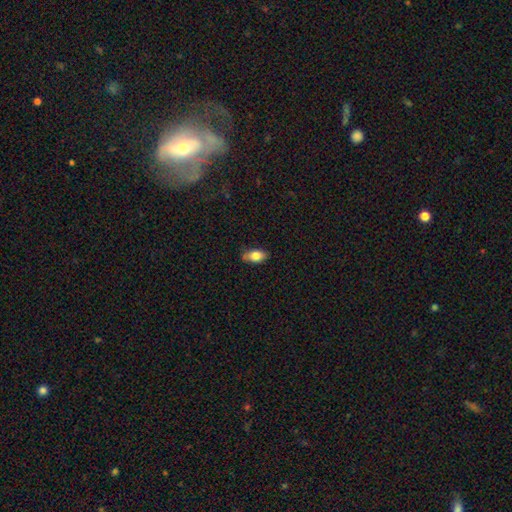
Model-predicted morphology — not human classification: This is likely a smooth galaxy (79%). How rounded: clearly in between (89%). Merging: likely none (76%).